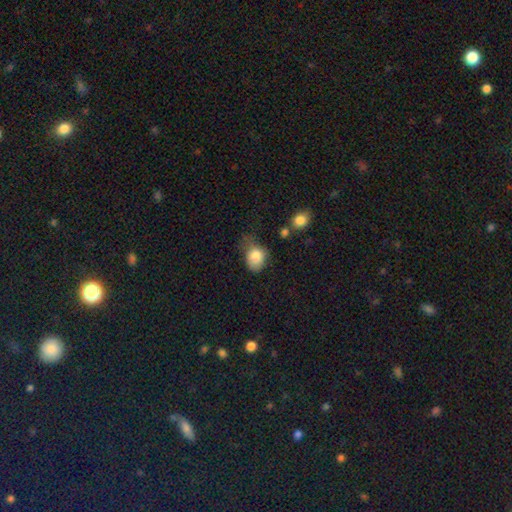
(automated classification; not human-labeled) Overall: smooth (80%). How rounded: in between (54%; round 45%). Merging: minor disturbance (41%; none 33%).